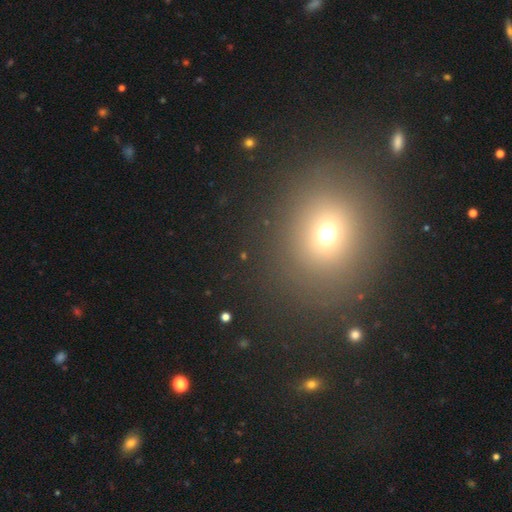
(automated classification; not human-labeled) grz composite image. It shows a smooth galaxy with no disk features (61%) that is round (69%). Merging: none (88%).